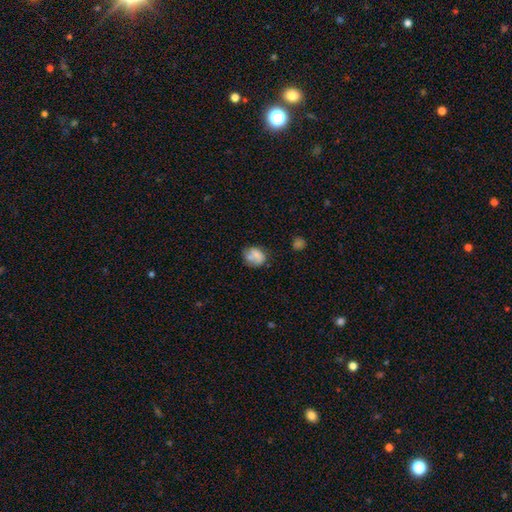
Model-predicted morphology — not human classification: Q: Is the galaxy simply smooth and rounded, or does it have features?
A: smooth — 70%.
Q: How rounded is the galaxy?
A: round — 54%.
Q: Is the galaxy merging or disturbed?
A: none — 50%.